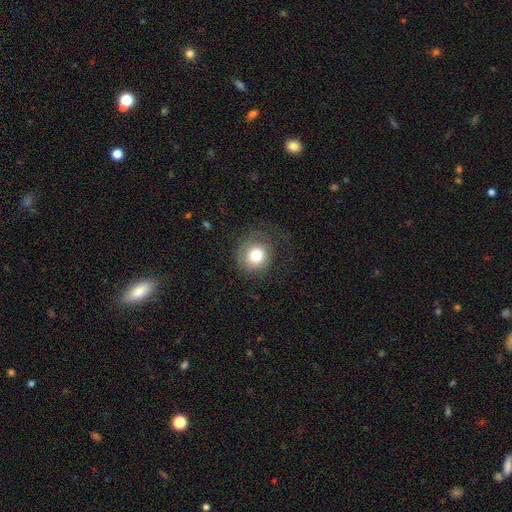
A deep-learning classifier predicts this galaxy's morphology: This appears to be a smooth galaxy with no disk features (78%) that is round (89%). Merging: none (70%).